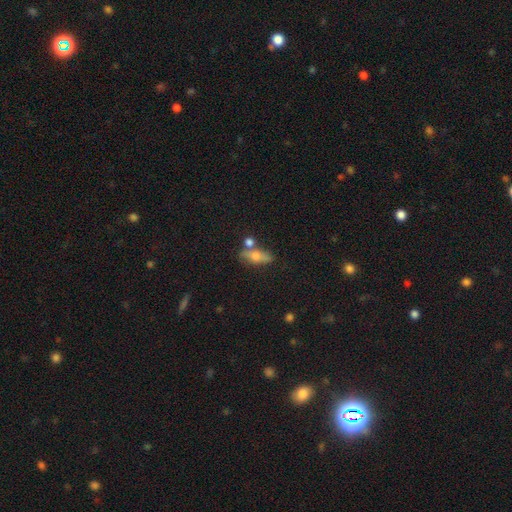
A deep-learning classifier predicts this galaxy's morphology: The model was most divided on "smooth or featured": smooth: 55%, featured or disk: 35%, star or artifact: 10%. More confident: merging — none (63%); how rounded — in between (60%).